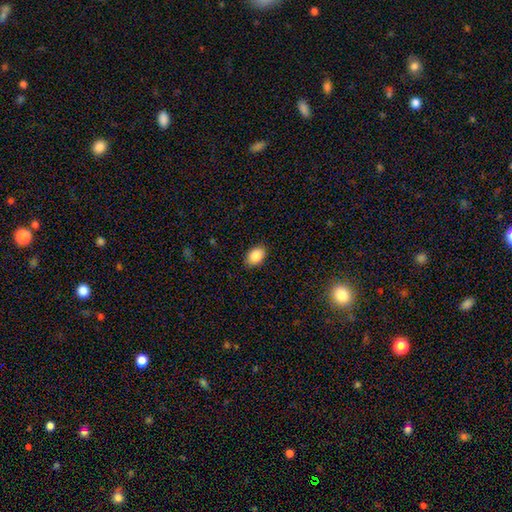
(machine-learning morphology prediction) smooth-or-featured: smooth: 88% | star or artifact: 8% | featured or disk: 4%
  how-rounded: in between: 81% | round: 18% | cigar-shaped: 1%
  merging: none: 85% | minor disturbance: 11% | major disturbance: 2% | merger: 1%